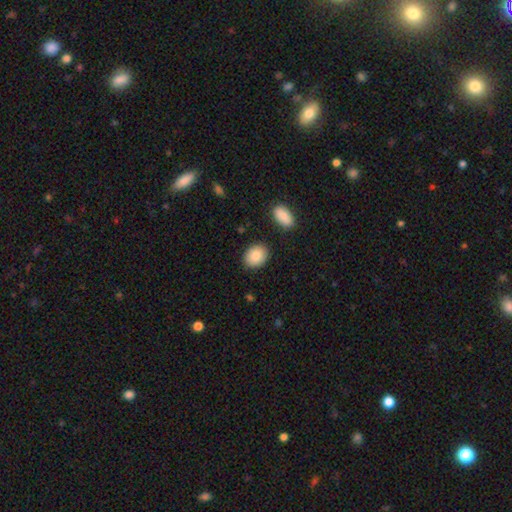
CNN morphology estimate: Smooth or featured: smooth — 88% (star or artifact — 7%)
How rounded: in between — 56% (round — 43%)
Merging: none — 87% (minor disturbance — 9%)